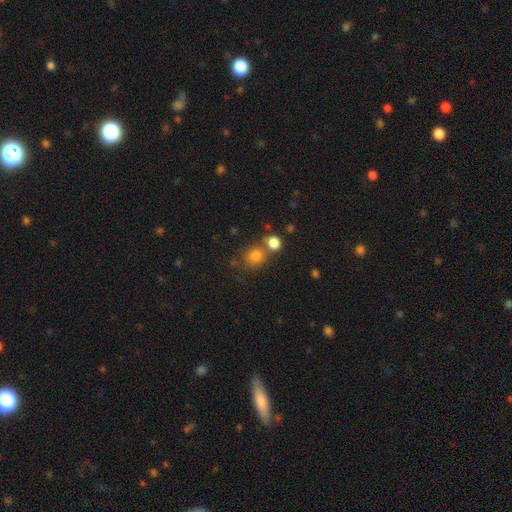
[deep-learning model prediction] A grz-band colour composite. It shows a smooth galaxy with no disk features (79%) that is round (81%). Merging: none (58%).